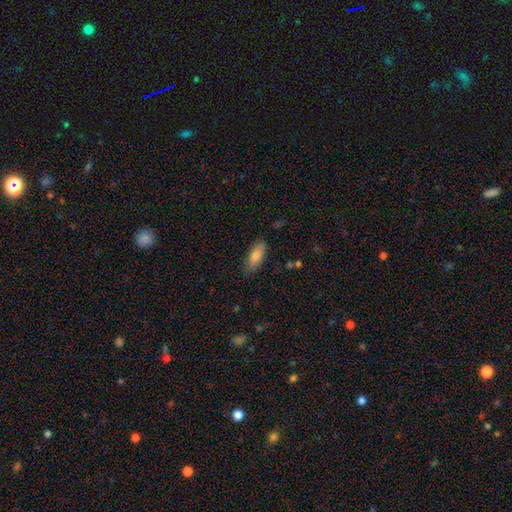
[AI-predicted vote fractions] This is likely a smooth galaxy (79%). How rounded: likely in between (71%). Merging: clearly none (83%).